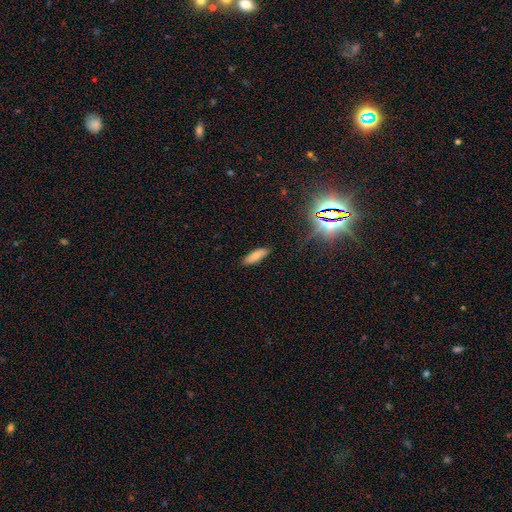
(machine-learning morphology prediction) This is likely a smooth galaxy (79%). How rounded: possibly cigar-shaped (51%). Merging: clearly none (87%).